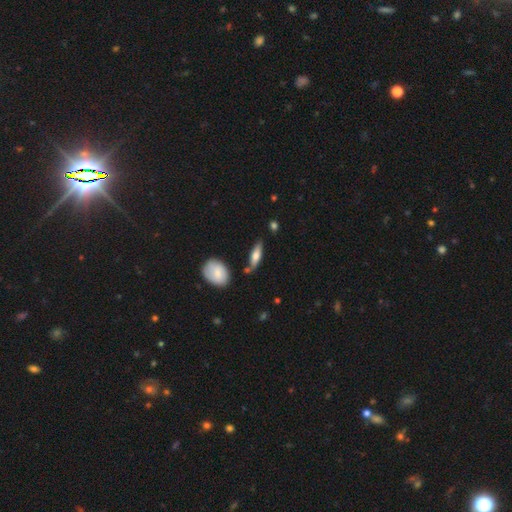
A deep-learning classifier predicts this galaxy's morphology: Smooth or featured: smooth — 55% (featured or disk — 38%)
How rounded: cigar-shaped — 50% (in between — 46%)
Merging: none — 73% (minor disturbance — 16%)